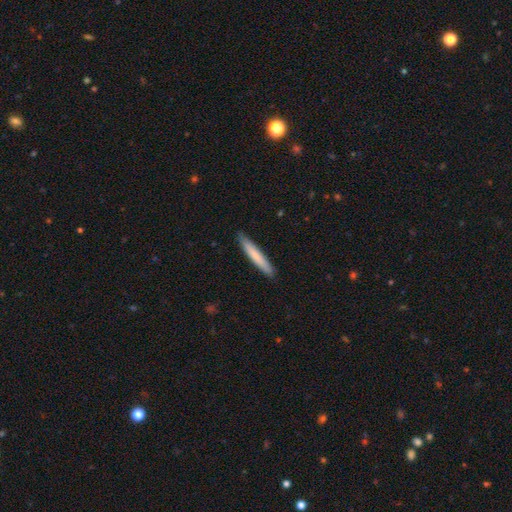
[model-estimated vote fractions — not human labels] Smooth or featured: smooth — 77% (featured or disk — 18%)
How rounded: cigar-shaped — 94% (in between — 4%)
Merging: none — 89% (minor disturbance — 8%)